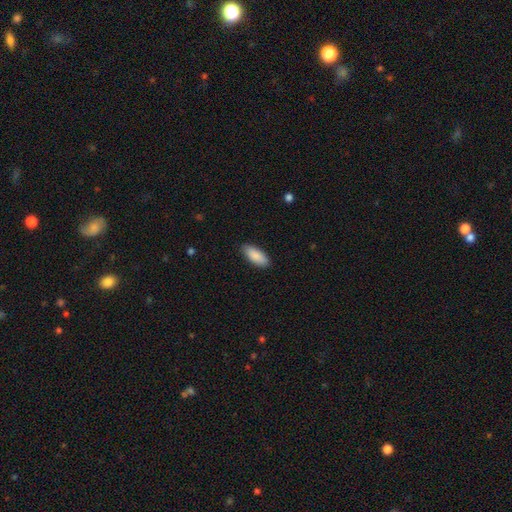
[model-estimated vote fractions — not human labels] smooth_or_featured: smooth (p=0.89) [alt: star or artifact p=0.06]
how_rounded: in between (p=0.84) [alt: cigar-shaped p=0.14]
merging: none (p=0.87) [alt: minor disturbance p=0.10]